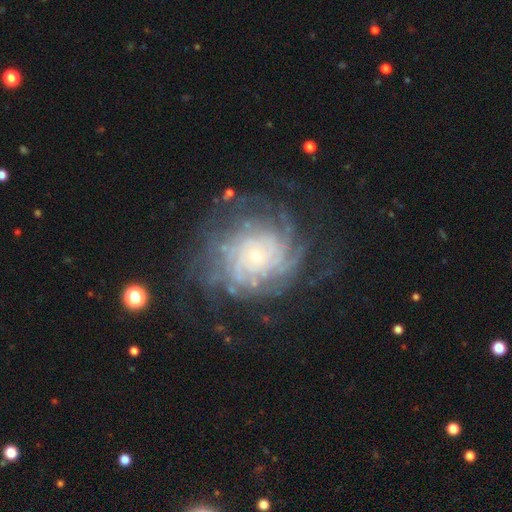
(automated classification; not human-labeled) A featured or disk galaxy (84%) with no bar (81%), tight (73%) spiral arms (95%) and a small central bulge (81%).

Vote fractions:
- Smooth or featured? featured or disk: 84% / smooth: 8% / star or artifact: 7%
- Edge-on disk? no: 97% / yes: 3%
- Bar? no: 81% / weak: 15% / strong: 4%
- Spiral arms? yes: 95% / no: 5%
- Spiral winding? tight: 73% / medium: 20% / loose: 6%
- Spiral arm count? can't tell: 31% / more than 4: 27% / 4: 18% / 3: 9% / 2: 8% / 1: 7%
- Bulge size? small: 81% / moderate: 13% / large: 3% / none: 2% / dominant: 1%
- Merging? none: 71% / minor disturbance: 16% / major disturbance: 12% / merger: 2%